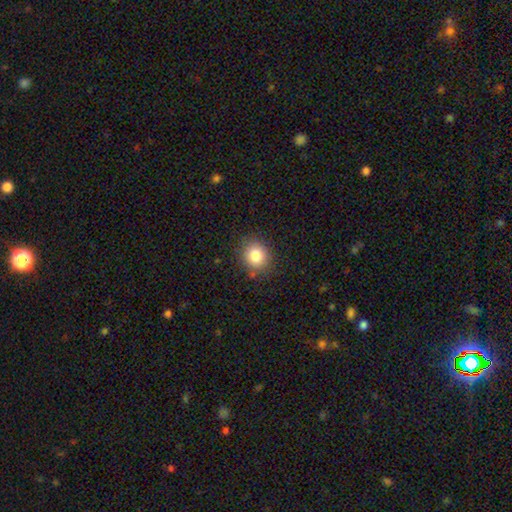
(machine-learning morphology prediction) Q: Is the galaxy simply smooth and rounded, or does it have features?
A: smooth — 83%.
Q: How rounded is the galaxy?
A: round — 74%.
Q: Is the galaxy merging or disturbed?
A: none — 86%.